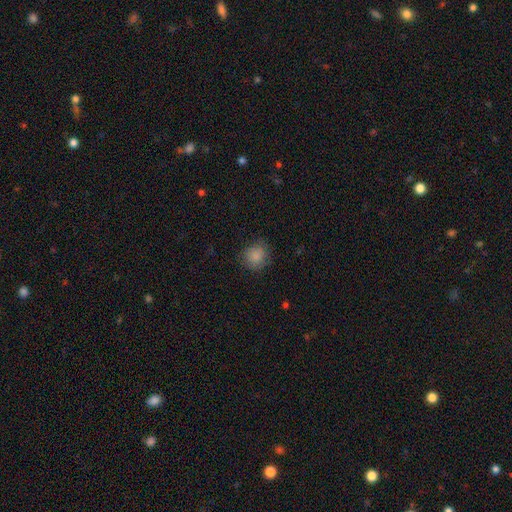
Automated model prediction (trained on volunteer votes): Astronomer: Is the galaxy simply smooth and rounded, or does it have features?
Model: smooth — 86%.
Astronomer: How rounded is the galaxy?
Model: round — 85%.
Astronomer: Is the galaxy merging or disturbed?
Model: none — 78%.